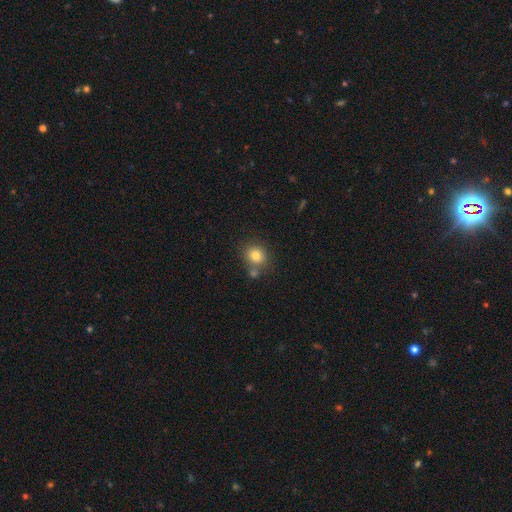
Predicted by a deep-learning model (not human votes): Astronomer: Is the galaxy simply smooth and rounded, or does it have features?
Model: smooth — 80%.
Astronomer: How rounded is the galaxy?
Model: round — 77%.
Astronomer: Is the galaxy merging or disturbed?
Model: none — 66%.